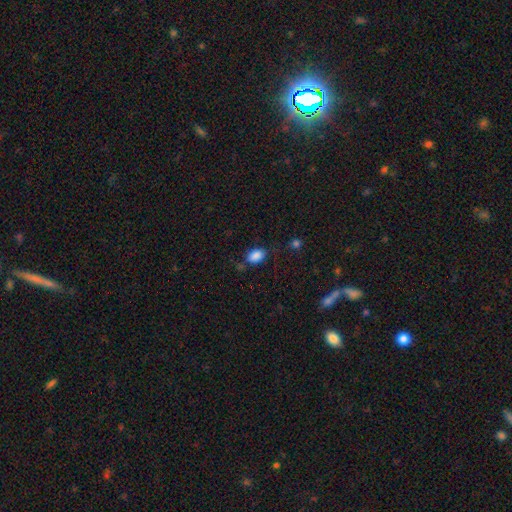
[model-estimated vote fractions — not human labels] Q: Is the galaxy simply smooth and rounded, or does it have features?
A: smooth — 86%.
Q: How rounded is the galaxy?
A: in between — 86%.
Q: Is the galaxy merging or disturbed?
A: none — 68%.